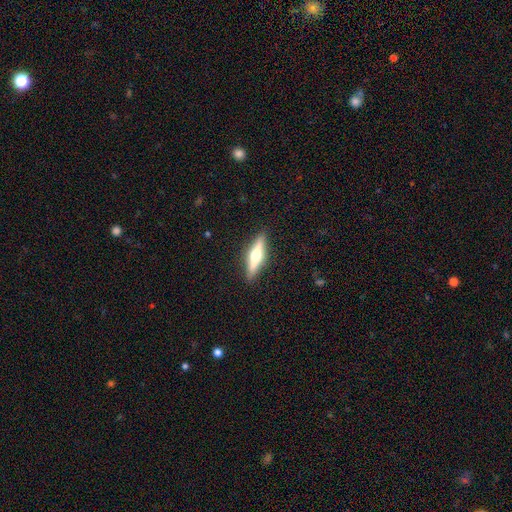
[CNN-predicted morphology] Overall: featured or disk (63%; smooth 31%). Edge-on disk: yes (96%). Edge-on bulge: rounded (94%). Merging: none (91%).